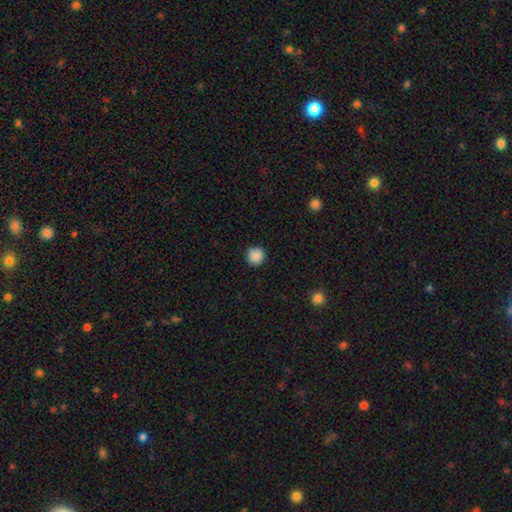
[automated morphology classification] Smooth or featured?
  - smooth: 88% *
  - star or artifact: 9%
  - featured or disk: 2%
How rounded?
  - round: 95% *
  - in between: 4%
  - cigar-shaped: 1%
Merging?
  - none: 92% *
  - minor disturbance: 6%
  - major disturbance: 2%
  - merger: 1%